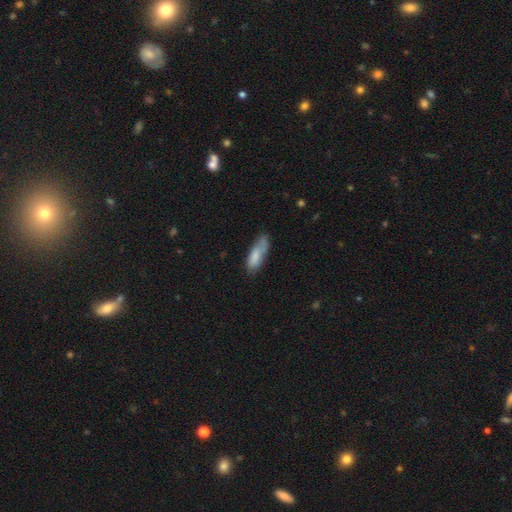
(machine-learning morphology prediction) Smooth or featured?
  - smooth: 76% *
  - featured or disk: 17%
  - star or artifact: 7%
How rounded?
  - in between: 58% *
  - cigar-shaped: 40%
  - round: 2%
Merging?
  - none: 49% *
  - minor disturbance: 32%
  - major disturbance: 11%
  - merger: 7%